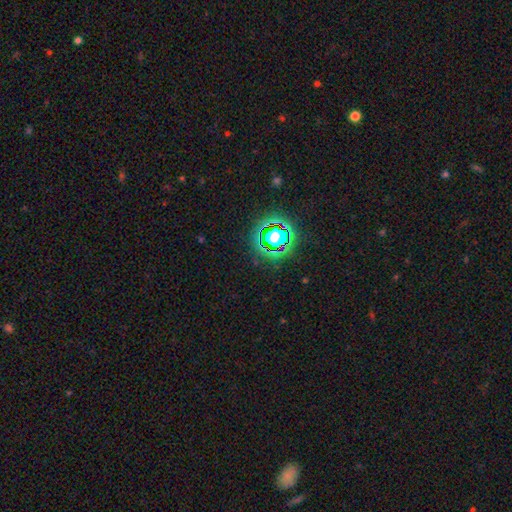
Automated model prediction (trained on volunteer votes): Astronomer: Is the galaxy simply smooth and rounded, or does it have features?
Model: star or artifact — 78%.